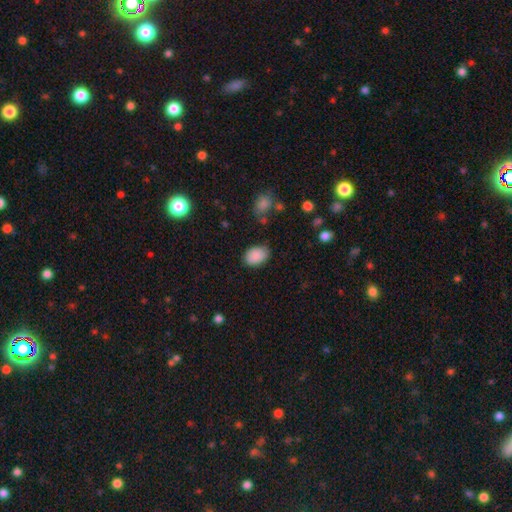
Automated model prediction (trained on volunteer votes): Morphology: type=smooth (89%); roundness=in between (81%); merging=none (82%).